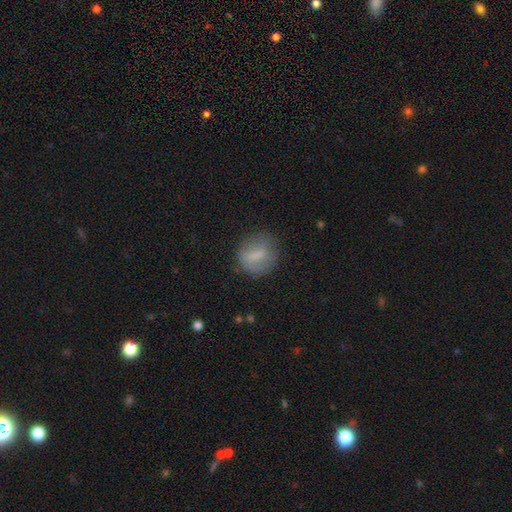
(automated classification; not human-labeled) Smooth or featured? Predicted: smooth (p=0.67). How rounded? Predicted: round (p=0.67). Merging? Predicted: none (p=0.72).